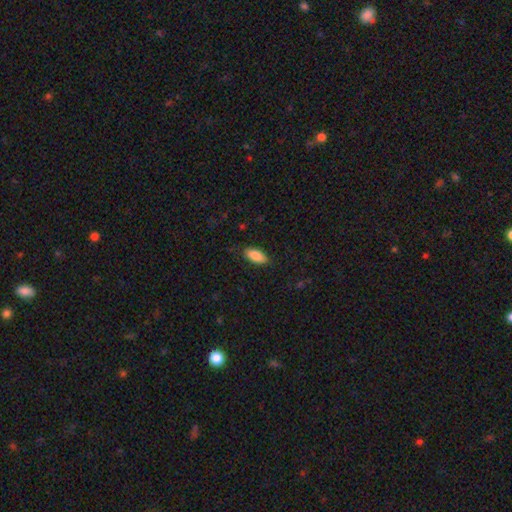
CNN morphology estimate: This appears to be a smooth galaxy with no disk features (86%) that is in between round and cigar-shaped (87%). Merging: none (85%).